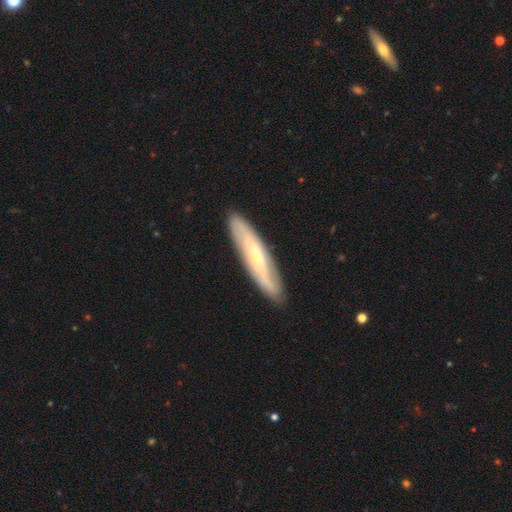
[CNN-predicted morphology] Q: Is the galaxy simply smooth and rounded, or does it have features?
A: featured or disk — 55%.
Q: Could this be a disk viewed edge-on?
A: no — 51%.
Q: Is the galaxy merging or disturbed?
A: none — 88%.